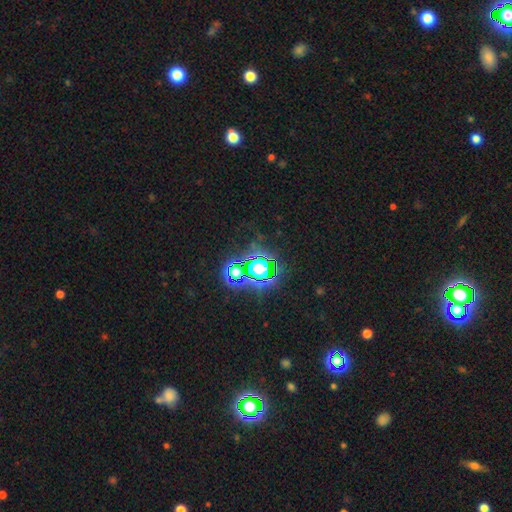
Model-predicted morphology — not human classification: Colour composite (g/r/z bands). It shows a star or artifact, not a galaxy (80%).